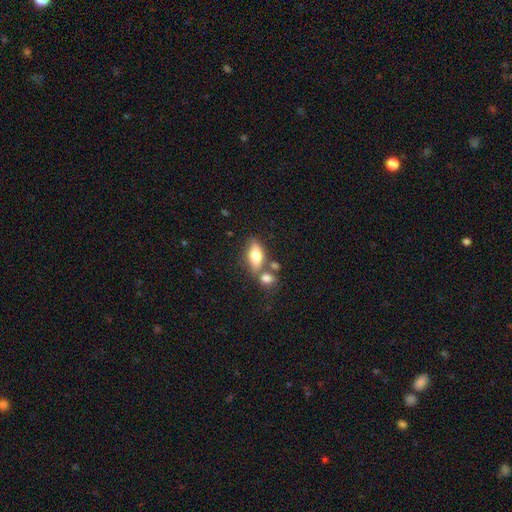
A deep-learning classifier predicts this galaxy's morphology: type=smooth (71%); roundness=in between (80%); merging=none (53%).